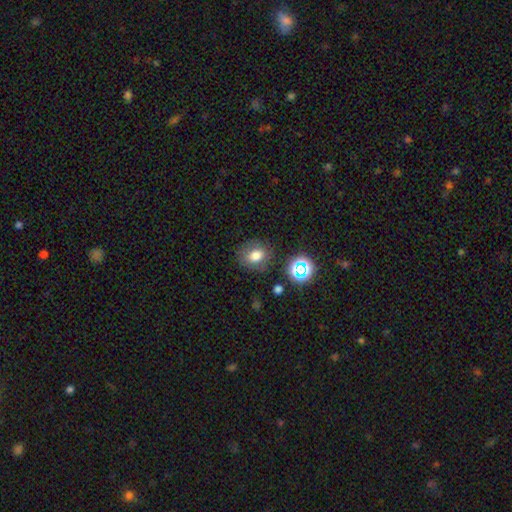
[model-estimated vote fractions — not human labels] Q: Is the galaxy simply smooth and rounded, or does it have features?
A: smooth — 71%.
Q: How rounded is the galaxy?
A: round — 56%.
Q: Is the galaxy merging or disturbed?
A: none — 78%.